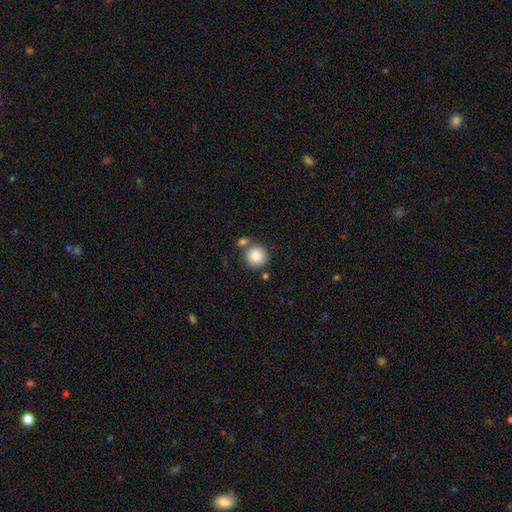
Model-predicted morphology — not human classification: A smooth galaxy with no disk features (84%) that is round (94%).

Vote fractions:
- Smooth or featured? smooth: 84% / star or artifact: 9% / featured or disk: 7%
- How rounded? round: 94% / in between: 5% / cigar-shaped: 1%
- Merging? none: 69% / merger: 20% / minor disturbance: 9% / major disturbance: 3%